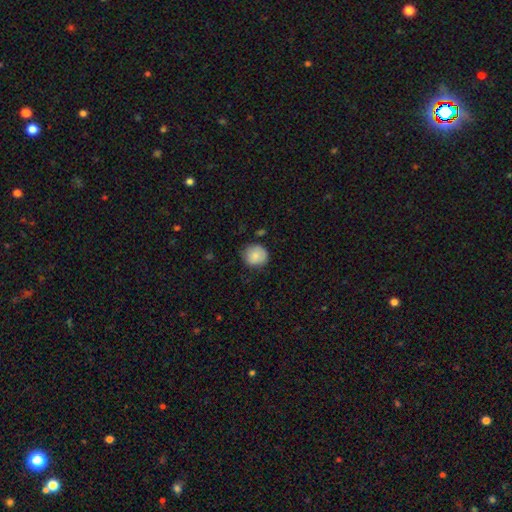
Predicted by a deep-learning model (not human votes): smooth-or-featured: smooth: 82% | featured or disk: 10% | star or artifact: 8%
  how-rounded: round: 86% | in between: 13% | cigar-shaped: 1%
  merging: none: 73% | minor disturbance: 21% | major disturbance: 4% | merger: 2%